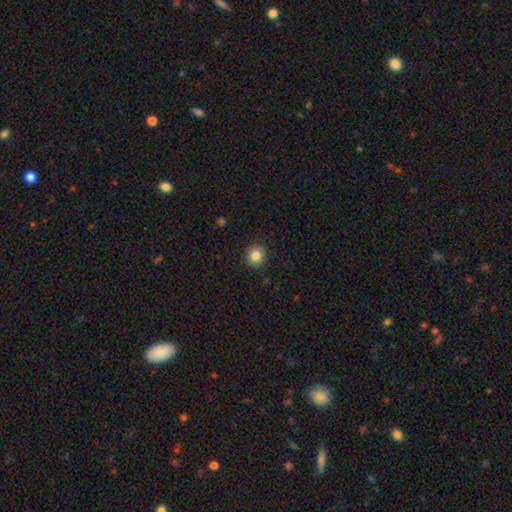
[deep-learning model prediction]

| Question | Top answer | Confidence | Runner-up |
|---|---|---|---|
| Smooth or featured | smooth | 83% | star or artifact (10%) |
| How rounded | round | 86% | in between (13%) |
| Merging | none | 89% | minor disturbance (8%) |